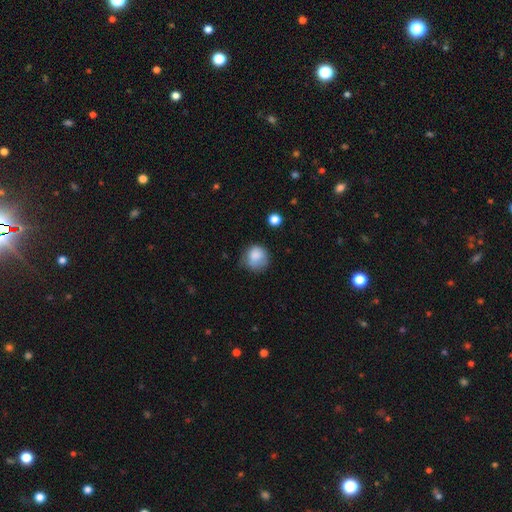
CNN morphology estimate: Smooth or featured?
  - smooth: 83% *
  - star or artifact: 9%
  - featured or disk: 8%
How rounded?
  - round: 84% *
  - in between: 15%
  - cigar-shaped: 1%
Merging?
  - none: 55% *
  - minor disturbance: 31%
  - major disturbance: 11%
  - merger: 2%